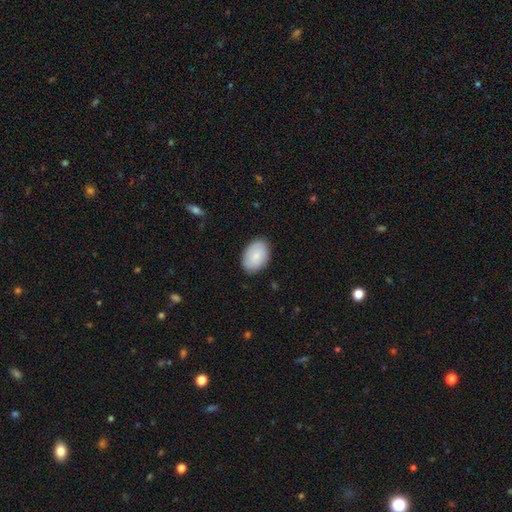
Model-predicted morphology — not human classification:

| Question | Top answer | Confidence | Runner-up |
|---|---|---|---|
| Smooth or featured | smooth | 85% | featured or disk (10%) |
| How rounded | in between | 88% | round (11%) |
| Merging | none | 85% | minor disturbance (11%) |